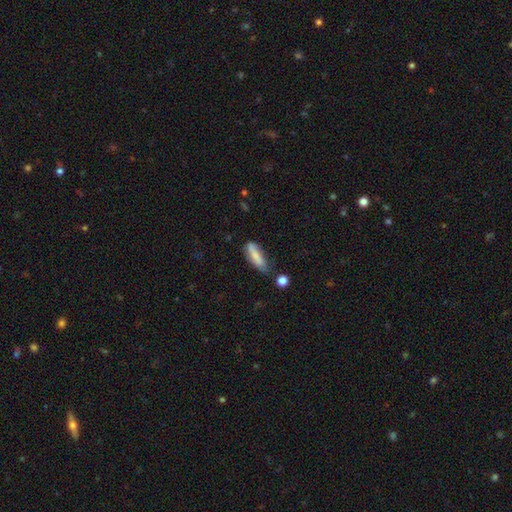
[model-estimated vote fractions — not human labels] Smooth or featured? smooth (73%)
How rounded? cigar-shaped (50%)
Merging? none (52%)